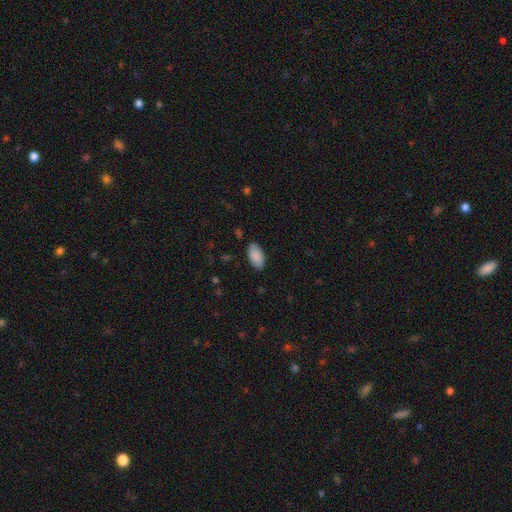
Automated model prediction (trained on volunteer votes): smooth-or-featured: smooth: 89% | star or artifact: 6% | featured or disk: 5%
  how-rounded: in between: 95% | round: 3% | cigar-shaped: 2%
  merging: none: 86% | minor disturbance: 10% | major disturbance: 2% | merger: 1%